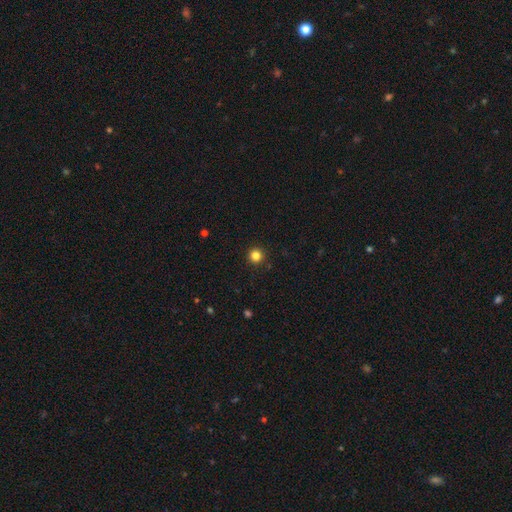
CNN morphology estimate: smooth_or_featured: smooth (p=0.83) [alt: star or artifact p=0.13]
how_rounded: round (p=0.96) [alt: in between p=0.03]
merging: none (p=0.93) [alt: minor disturbance p=0.04]